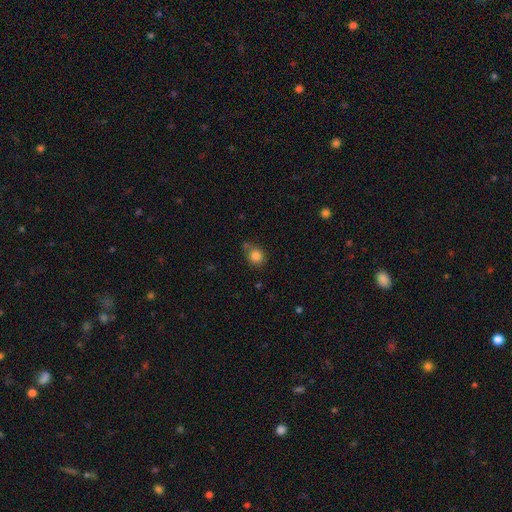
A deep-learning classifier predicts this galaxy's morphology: Overall: smooth (84%). How rounded: round (79%). Merging: none (65%).